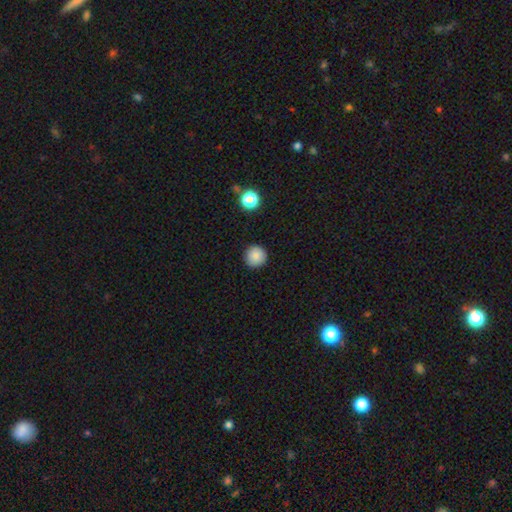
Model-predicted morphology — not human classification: A smooth galaxy with no disk features (85%) that is round (96%).

Vote fractions:
- Smooth or featured? smooth: 85% / star or artifact: 10% / featured or disk: 5%
- How rounded? round: 96% / in between: 3% / cigar-shaped: 1%
- Merging? none: 92% / minor disturbance: 5% / major disturbance: 2% / merger: 1%